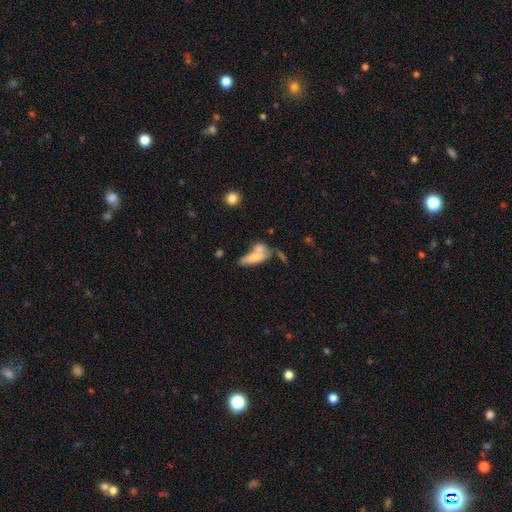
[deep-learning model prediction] Smooth or featured?
  - smooth: 66% *
  - featured or disk: 26%
  - star or artifact: 8%
How rounded?
  - in between: 63% *
  - cigar-shaped: 33%
  - round: 4%
Merging?
  - merger: 47% *
  - none: 28%
  - minor disturbance: 15%
  - major disturbance: 10%